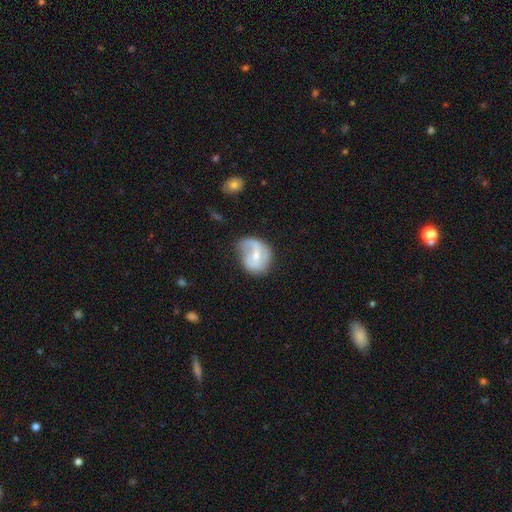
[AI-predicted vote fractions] A featured or disk galaxy (57%) with a weak bar (51%), spiral arms (68%) and a moderate central bulge (50%).

Vote fractions:
- Smooth or featured? featured or disk: 57% / smooth: 36% / star or artifact: 7%
- Edge-on disk? no: 97% / yes: 3%
- Bar? weak: 51% / no: 28% / strong: 21%
- Spiral arms? yes: 68% / no: 32%
- Bulge size? moderate: 50% / small: 42% / none: 5% / large: 3% / dominant: 1%
- Merging? none: 43% / minor disturbance: 34% / major disturbance: 20% / merger: 3%